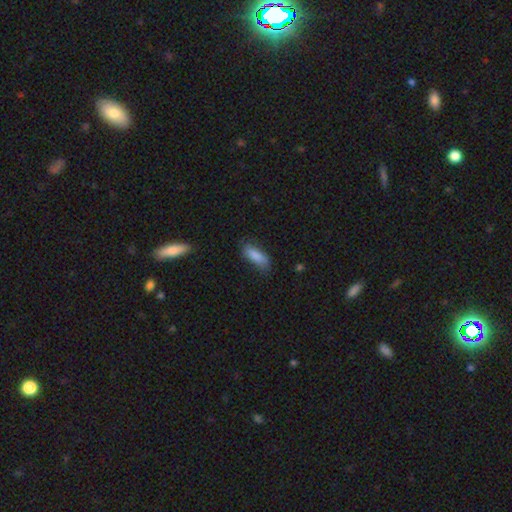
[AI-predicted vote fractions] A smooth galaxy with no disk features (85%) that is in between round and cigar-shaped (67%). Merging: none (66%).